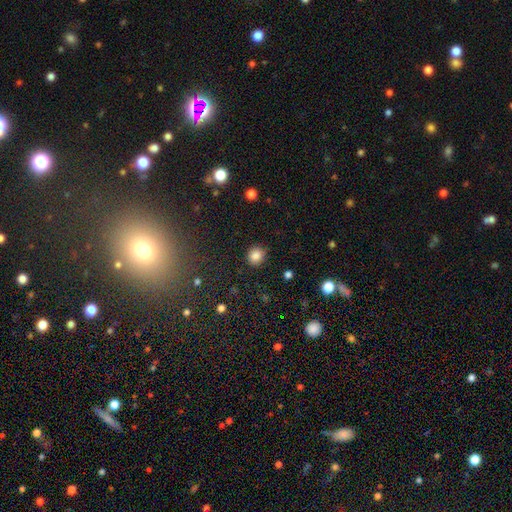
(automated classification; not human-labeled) This appears to be a smooth galaxy with no disk features (85%) that is round (85%). Merging: none (89%).